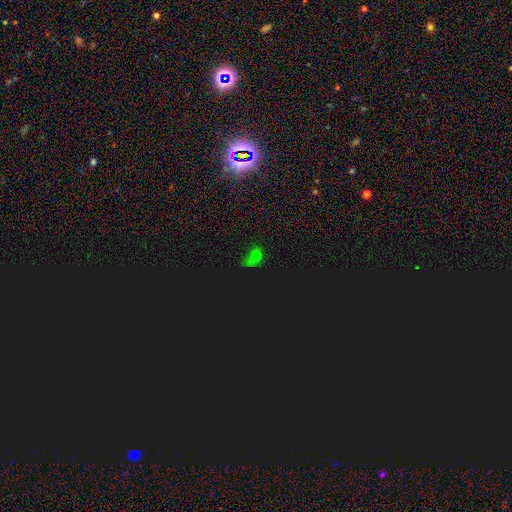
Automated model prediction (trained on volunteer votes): Morphology: type=star or artifact (48%).